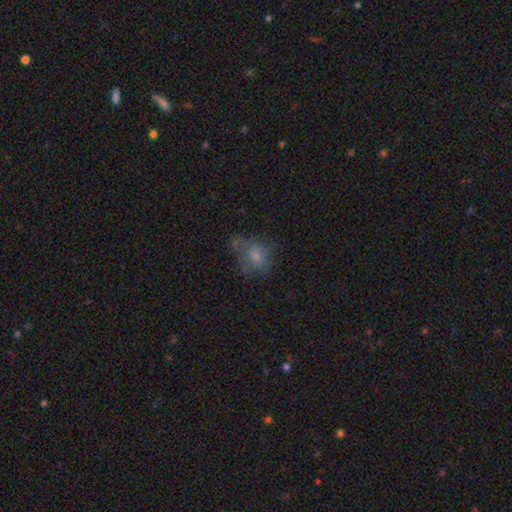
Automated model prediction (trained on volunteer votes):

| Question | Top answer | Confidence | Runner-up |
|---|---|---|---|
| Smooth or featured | smooth | 61% | featured or disk (25%) |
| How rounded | round | 50% | in between (48%) |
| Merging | none | 43% | major disturbance (26%) |